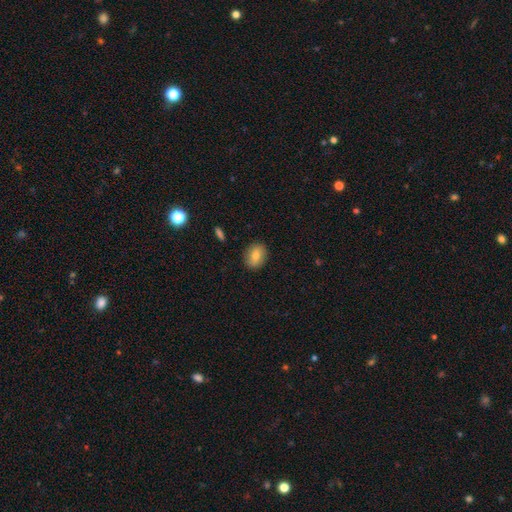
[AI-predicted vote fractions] Q: Smooth or featured?
A: smooth (76%); runner-up: featured or disk (15%)
Q: How rounded?
A: in between (51%); runner-up: round (48%)
Q: Merging?
A: none (88%); runner-up: minor disturbance (9%)